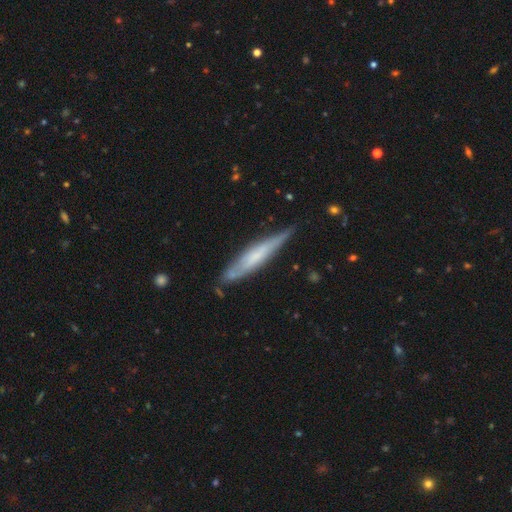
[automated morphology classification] Smooth or featured: featured or disk — 52% (smooth — 41%)
Edge-on disk: yes — 84% (no — 16%)
Merging: none — 72% (minor disturbance — 21%)